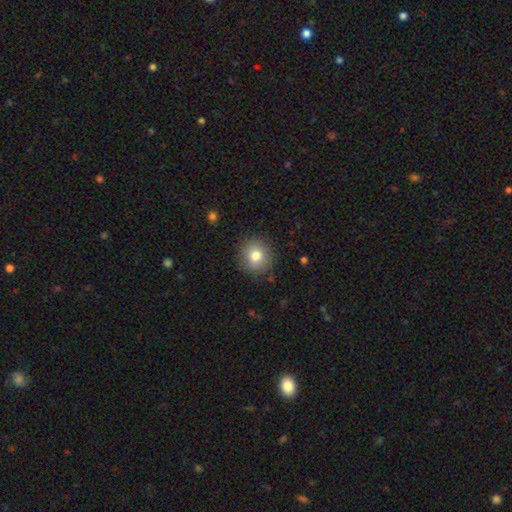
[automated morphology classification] Smooth or featured? smooth (79%)
How rounded? round (90%)
Merging? none (88%)